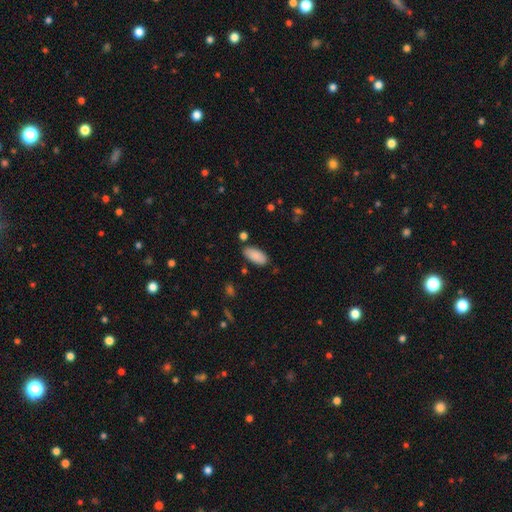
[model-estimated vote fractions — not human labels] This is clearly a smooth galaxy (89%). How rounded: clearly in between (90%). Merging: clearly none (81%).